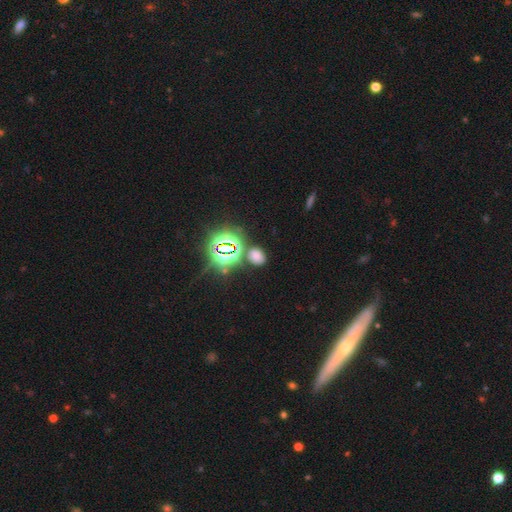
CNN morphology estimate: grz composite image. It shows a smooth galaxy with no disk features (54%) that is in between round and cigar-shaped (54%). Merging: none (75%).